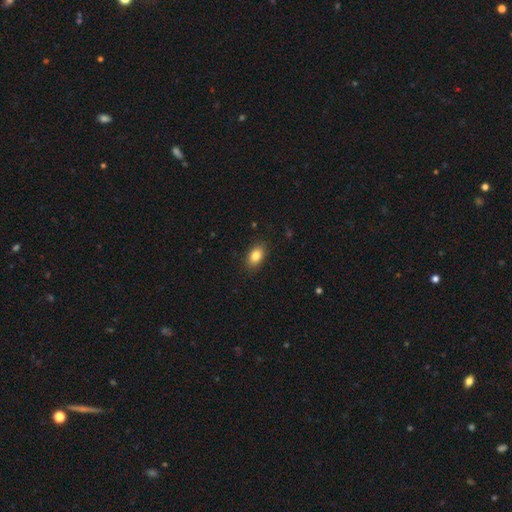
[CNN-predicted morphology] This appears to be a smooth galaxy with no disk features (85%) that is in between round and cigar-shaped (87%). Merging: none (87%).